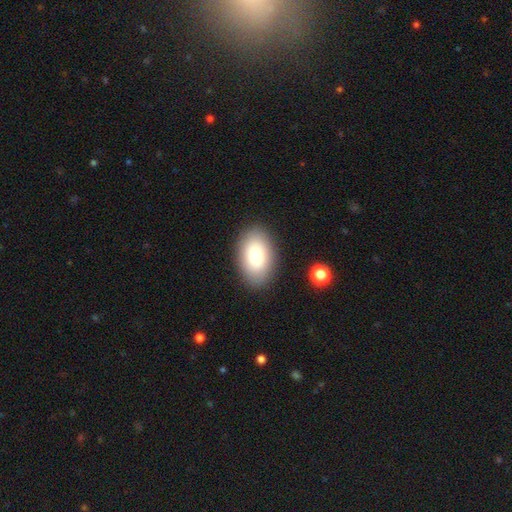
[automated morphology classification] Smooth or featured? Predicted: smooth (p=0.83). How rounded? Predicted: in between (p=0.91). Merging? Predicted: none (p=0.87).